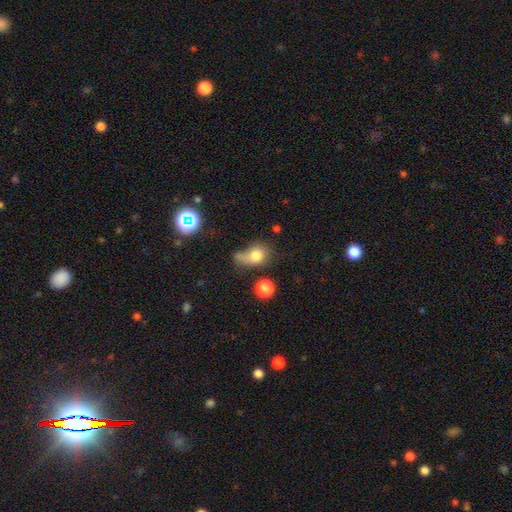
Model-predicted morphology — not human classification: Smooth or featured? smooth (74%)
How rounded? in between (50%)
Merging? none (29%)